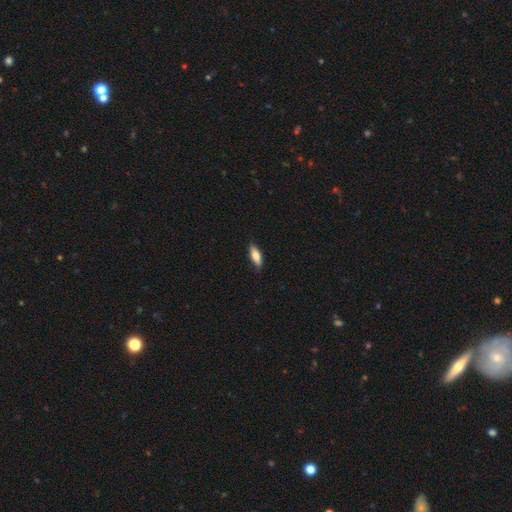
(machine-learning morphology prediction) A smooth galaxy with no disk features (69%) that is in between round and cigar-shaped (57%).

Vote fractions:
- Smooth or featured? smooth: 69% / featured or disk: 25% / star or artifact: 6%
- How rounded? in between: 57% / cigar-shaped: 40% / round: 2%
- Merging? none: 85% / minor disturbance: 12% / major disturbance: 2% / merger: 1%